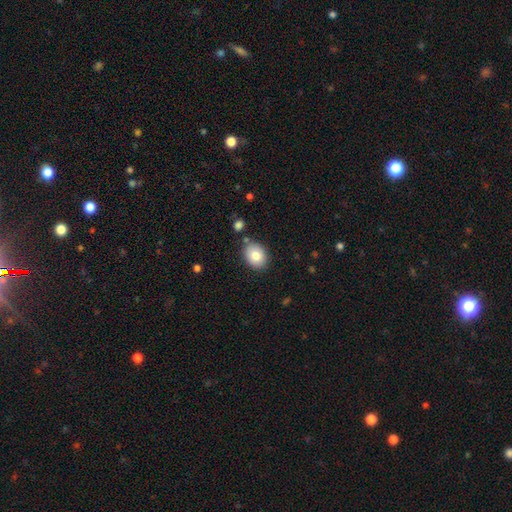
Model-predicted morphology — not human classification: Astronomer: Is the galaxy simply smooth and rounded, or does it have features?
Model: smooth — 80%.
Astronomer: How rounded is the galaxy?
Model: in between — 64%.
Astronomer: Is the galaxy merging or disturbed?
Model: none — 81%.